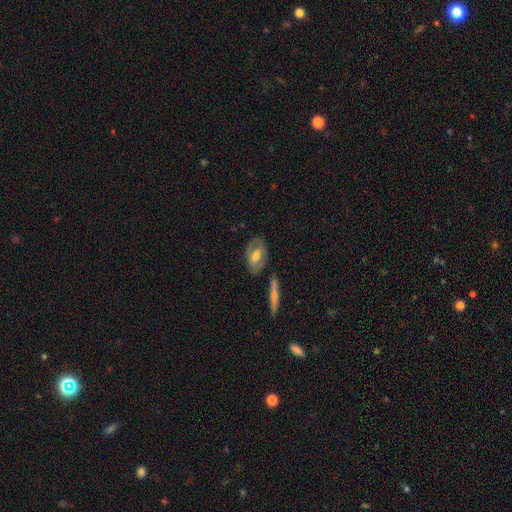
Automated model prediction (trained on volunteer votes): This is possibly a featured or disk galaxy (50%). Merging: likely none (71%).